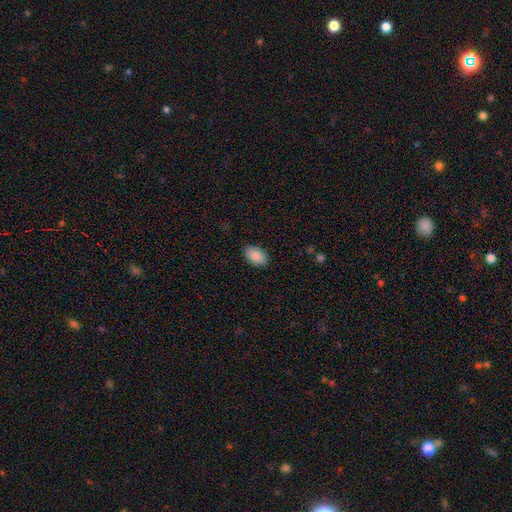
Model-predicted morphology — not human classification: smooth-or-featured: smooth: 90% | star or artifact: 7% | featured or disk: 4%
  how-rounded: in between: 92% | round: 7% | cigar-shaped: 1%
  merging: none: 89% | minor disturbance: 8% | major disturbance: 2% | merger: 1%